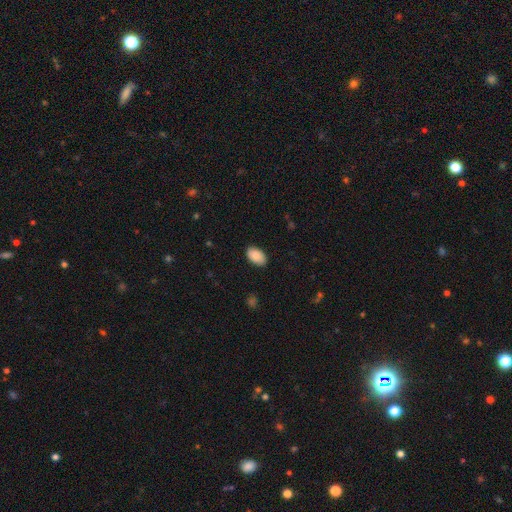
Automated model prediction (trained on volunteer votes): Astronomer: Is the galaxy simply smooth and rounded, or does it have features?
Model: smooth — 89%.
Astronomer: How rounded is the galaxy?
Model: in between — 94%.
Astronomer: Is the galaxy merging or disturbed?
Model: none — 87%.